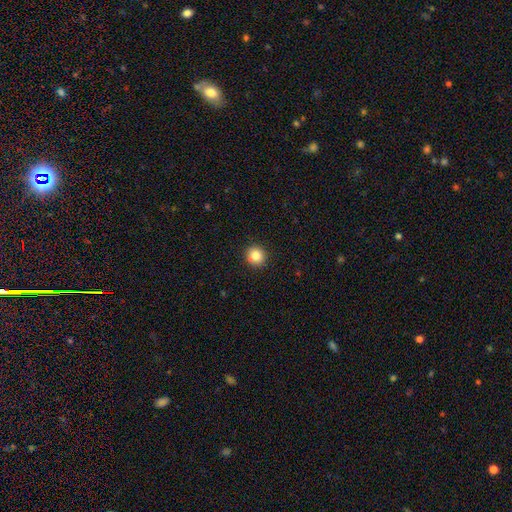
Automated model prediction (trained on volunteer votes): Smooth or featured? smooth (84%)
How rounded? round (92%)
Merging? none (91%)